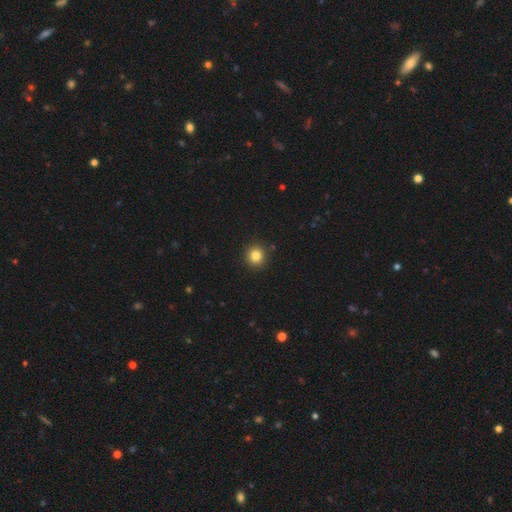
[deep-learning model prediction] smooth_or_featured: smooth (p=0.84) [alt: star or artifact p=0.11]
how_rounded: round (p=0.93) [alt: in between p=0.07]
merging: none (p=0.92) [alt: minor disturbance p=0.05]